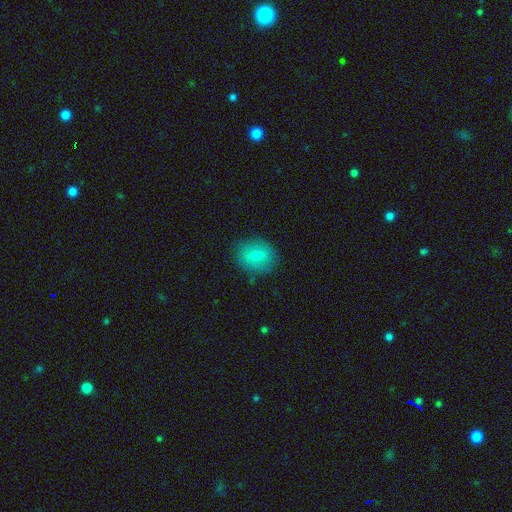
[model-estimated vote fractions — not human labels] Smooth or featured: smooth — 69% (featured or disk — 21%)
How rounded: round — 52% (in between — 46%)
Merging: none — 82% (minor disturbance — 13%)